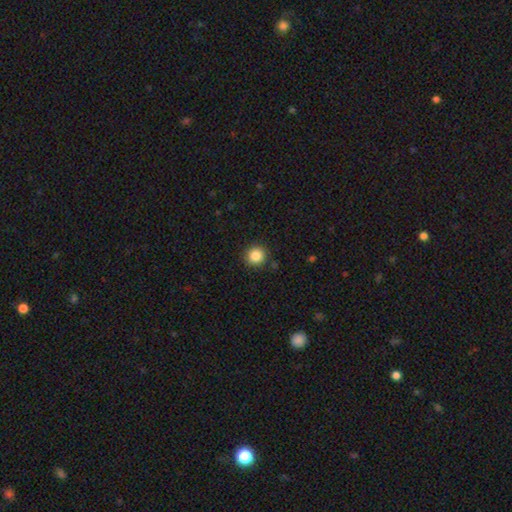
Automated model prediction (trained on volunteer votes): This is clearly a smooth galaxy (86%). How rounded: clearly round (93%). Merging: clearly none (90%).